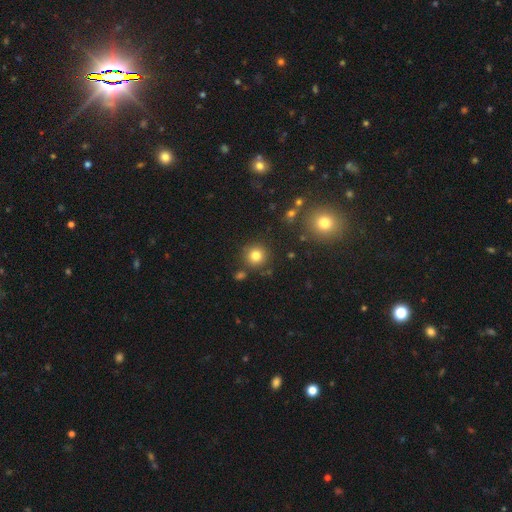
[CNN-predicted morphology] The model was most divided on "smooth or featured": smooth: 81%, star or artifact: 12%, featured or disk: 7%. More confident: how rounded — round (93%); merging — none (86%).